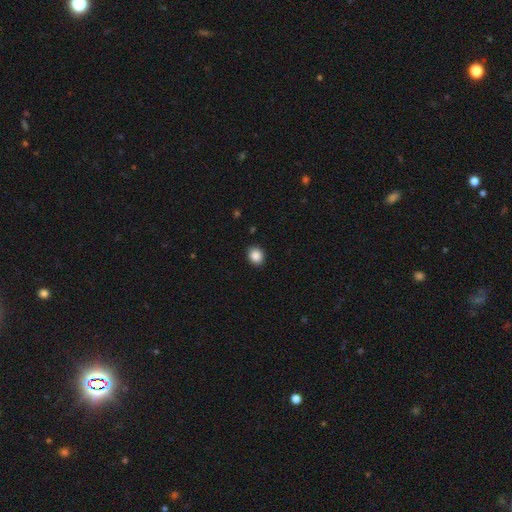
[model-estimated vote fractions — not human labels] The model was most divided on "how rounded": round: 62%, in between: 37%, cigar-shaped: 1%. More confident: merging — none (90%); smooth or featured — smooth (88%).